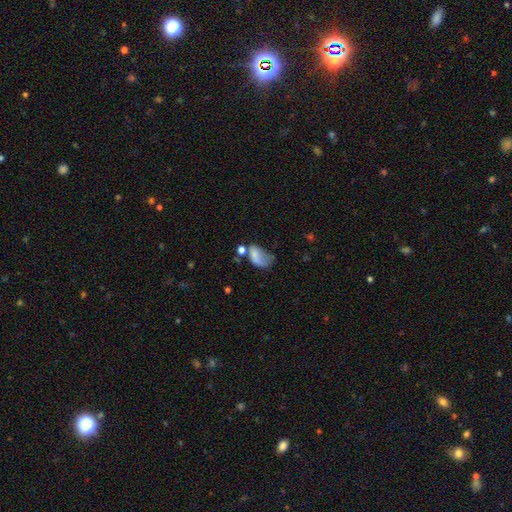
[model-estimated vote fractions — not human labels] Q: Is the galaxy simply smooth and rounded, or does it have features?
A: smooth — 67%.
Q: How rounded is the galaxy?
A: in between — 87%.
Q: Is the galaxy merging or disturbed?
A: major disturbance — 38%.